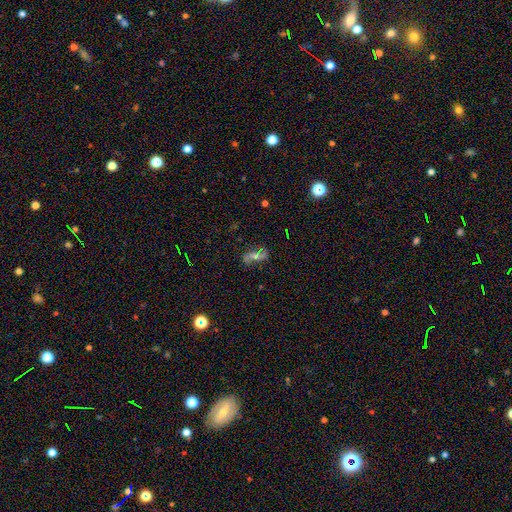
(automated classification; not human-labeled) smooth-or-featured: featured or disk: 63% | smooth: 22% | star or artifact: 15%
  disk-edge-on: no: 84% | yes: 16%
    bar: no: 41% | weak: 33% | strong: 26%
    has-spiral-arms: yes: 80% | no: 20%
    bulge-size: moderate: 54% | small: 34% | large: 6% | none: 5% | dominant: 2%
  merging: none: 75% | minor disturbance: 15% | major disturbance: 7% | merger: 3%